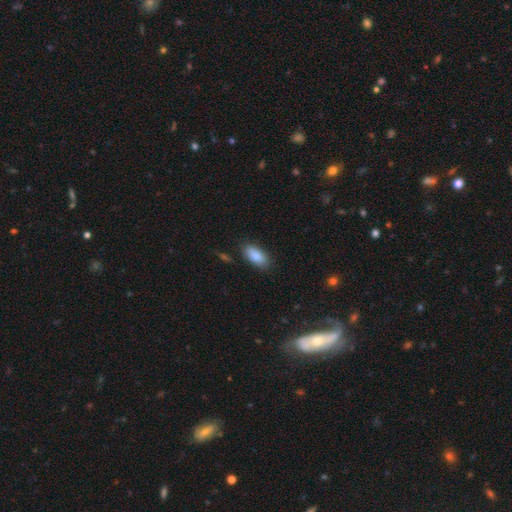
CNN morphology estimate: smooth-or-featured: smooth: 88% | star or artifact: 7% | featured or disk: 5%
  how-rounded: in between: 91% | cigar-shaped: 7% | round: 2%
  merging: none: 84% | minor disturbance: 11% | major disturbance: 3% | merger: 2%